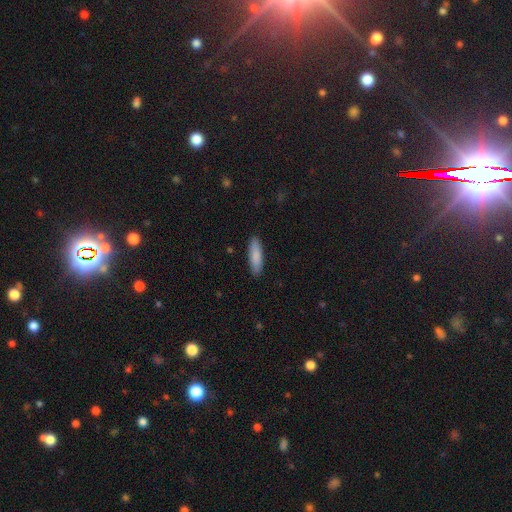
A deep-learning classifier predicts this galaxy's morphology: Smooth or featured?
  - smooth: 85% *
  - featured or disk: 10%
  - star or artifact: 5%
How rounded?
  - cigar-shaped: 67% *
  - in between: 31%
  - round: 1%
Merging?
  - none: 90% *
  - minor disturbance: 8%
  - major disturbance: 2%
  - merger: 1%